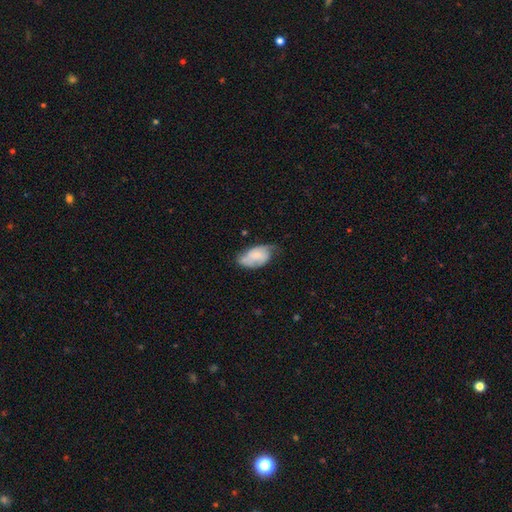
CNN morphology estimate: smooth-or-featured: smooth: 56% | featured or disk: 37% | star or artifact: 7%
  how-rounded: in between: 92% | round: 5% | cigar-shaped: 2%
  merging: minor disturbance: 41% | none: 40% | major disturbance: 16% | merger: 3%